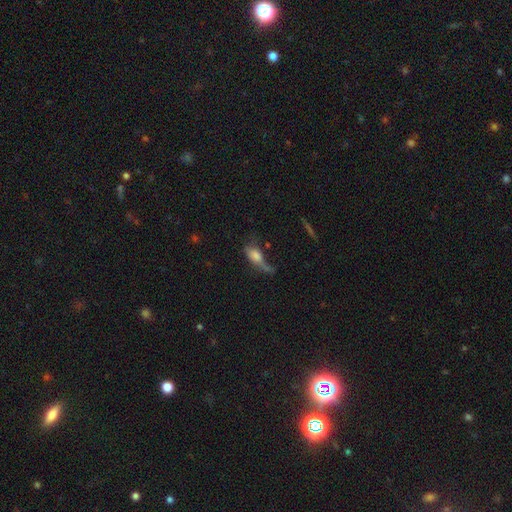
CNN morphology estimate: Smooth or featured?
  - smooth: 61% *
  - featured or disk: 28%
  - star or artifact: 11%
How rounded?
  - in between: 74% *
  - cigar-shaped: 19%
  - round: 8%
Merging?
  - major disturbance: 42% *
  - none: 24%
  - minor disturbance: 24%
  - merger: 10%